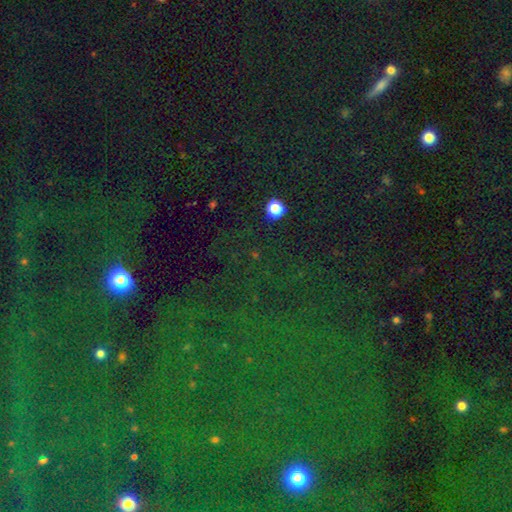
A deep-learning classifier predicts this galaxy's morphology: smooth_or_featured: star or artifact (p=0.83) [alt: smooth p=0.10]